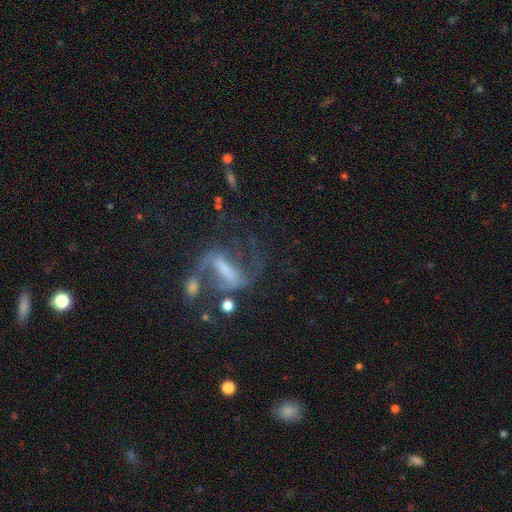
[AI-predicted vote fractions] A featured or disk galaxy (74%) with a strong bar (59%), 2 (84%) loose (55%) spiral arms (83%) and a small central bulge (40%). Merging: none (49%).